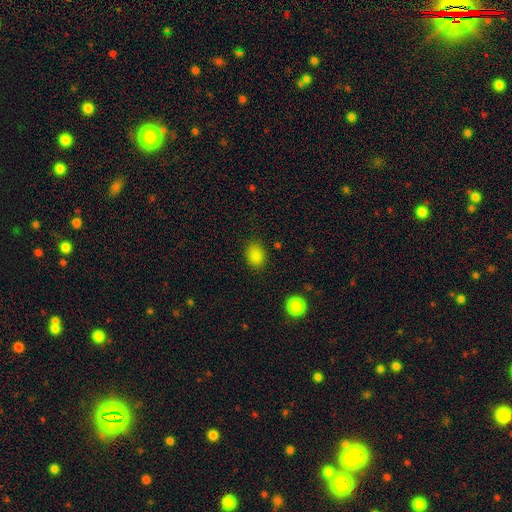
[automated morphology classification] Smooth or featured? smooth (85%)
How rounded? in between (60%)
Merging? none (83%)